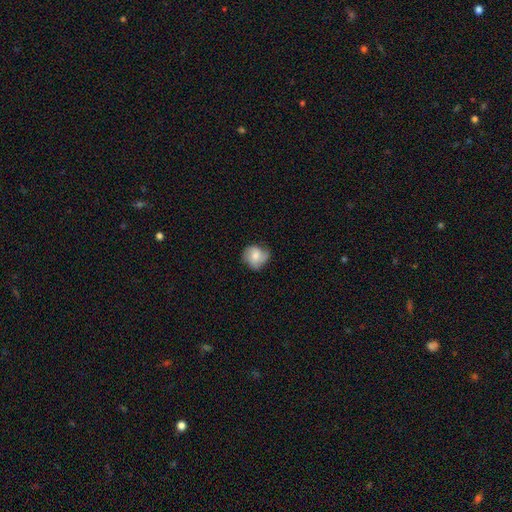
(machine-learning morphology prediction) The model was most divided on "smooth or featured": smooth: 58%, featured or disk: 34%, star or artifact: 7%. More confident: how rounded — round (75%); merging — none (56%).